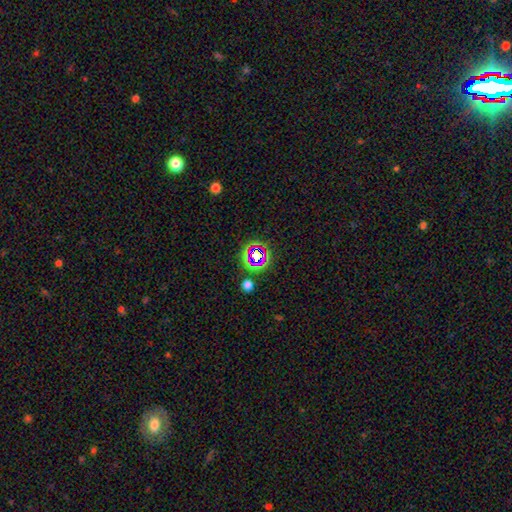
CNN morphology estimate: Q: Smooth or featured?
A: star or artifact (61%); runner-up: smooth (26%)